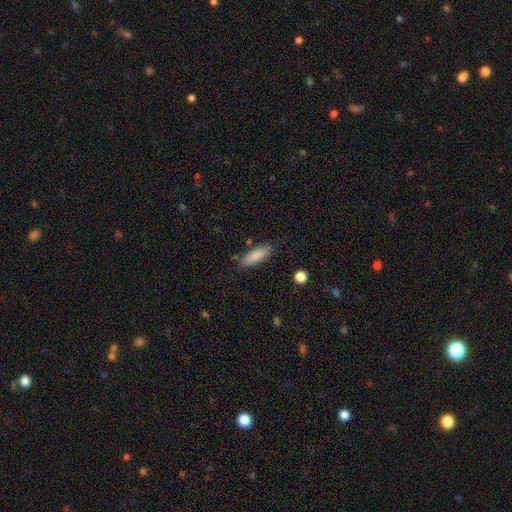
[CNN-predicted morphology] Smooth or featured? Predicted: smooth (p=0.83). How rounded? Predicted: cigar-shaped (p=0.50). Merging? Predicted: none (p=0.82).